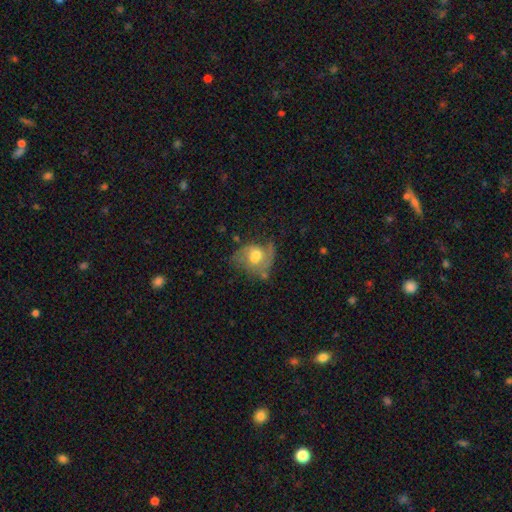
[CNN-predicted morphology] Smooth or featured?
  - featured or disk: 57% *
  - smooth: 36%
  - star or artifact: 8%
Edge-on disk?
  - no: 97% *
  - yes: 3%
Bar?
  - no: 65% *
  - weak: 30%
  - strong: 5%
Spiral arms?
  - yes: 74% *
  - no: 26%
Bulge size?
  - moderate: 62% *
  - large: 19%
  - small: 14%
  - none: 3%
  - dominant: 2%
Merging?
  - none: 38% *
  - major disturbance: 29%
  - minor disturbance: 27%
  - merger: 6%